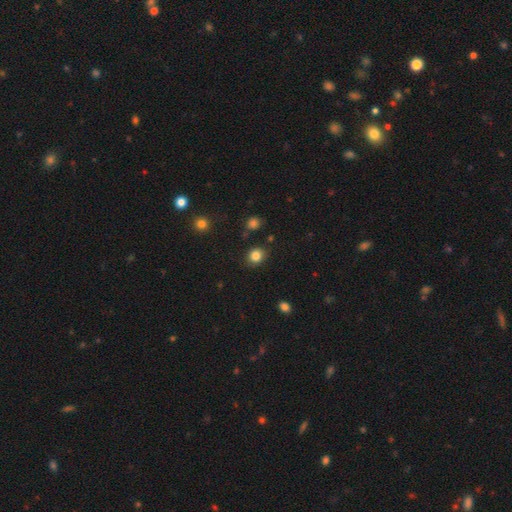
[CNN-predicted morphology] This appears to be a smooth galaxy with no disk features (84%) that is round (70%). Merging: none (84%).